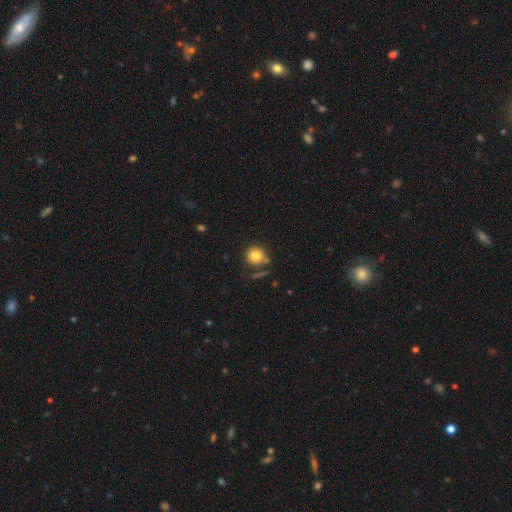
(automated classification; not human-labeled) Smooth or featured? smooth (82%)
How rounded? round (91%)
Merging? none (74%)